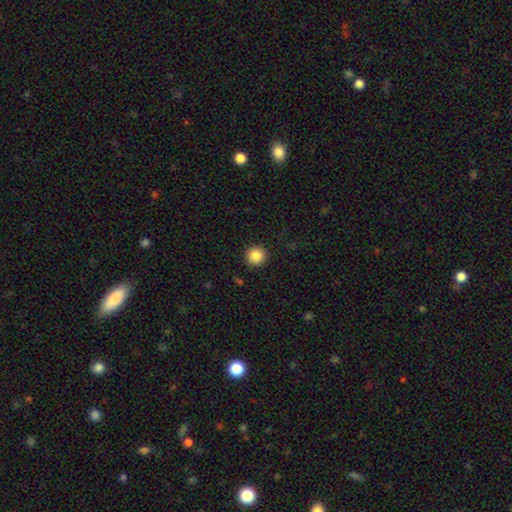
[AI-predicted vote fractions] Smooth or featured: smooth — 87% (star or artifact — 9%)
How rounded: round — 95% (in between — 4%)
Merging: none — 93% (minor disturbance — 5%)